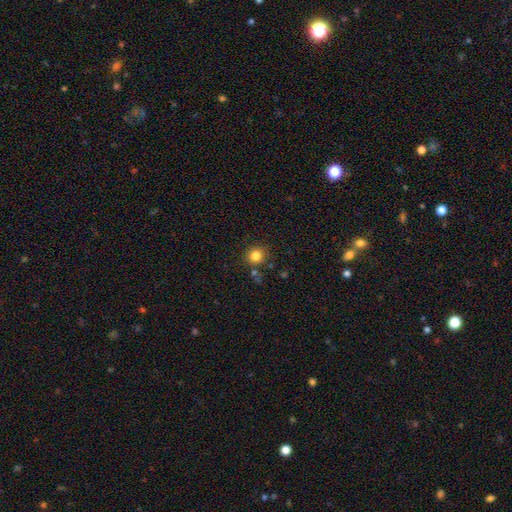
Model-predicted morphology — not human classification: This appears to be a smooth galaxy with no disk features (82%) that is round (89%). Merging: none (82%).